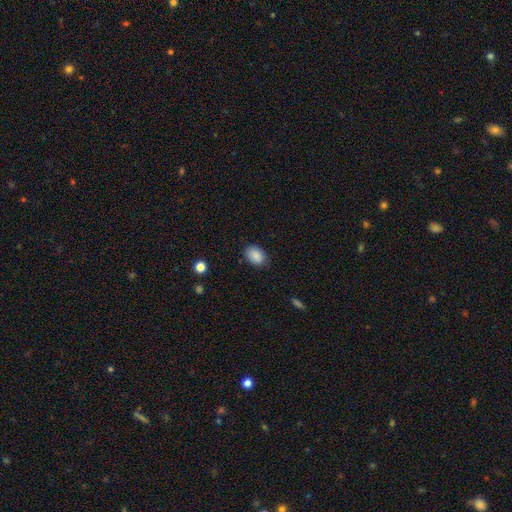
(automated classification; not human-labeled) Smooth or featured?
  - smooth: 88% *
  - star or artifact: 8%
  - featured or disk: 4%
How rounded?
  - in between: 78% *
  - round: 21%
  - cigar-shaped: 1%
Merging?
  - none: 81% *
  - minor disturbance: 15%
  - major disturbance: 3%
  - merger: 1%